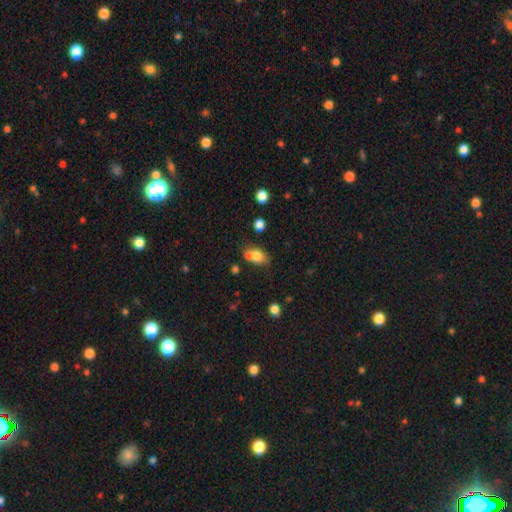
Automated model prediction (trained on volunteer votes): The model was most divided on "merging": none: 45%, merger: 35%, minor disturbance: 15%, major disturbance: 5%. More confident: smooth or featured — smooth (77%); how rounded — in between (73%).